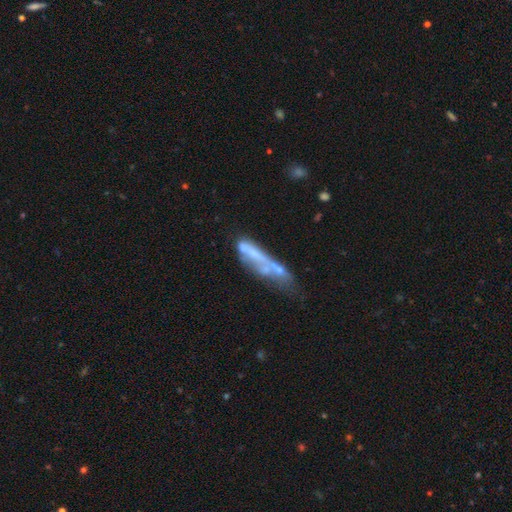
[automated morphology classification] A featured or disk galaxy (53%). Merging: none (28%).